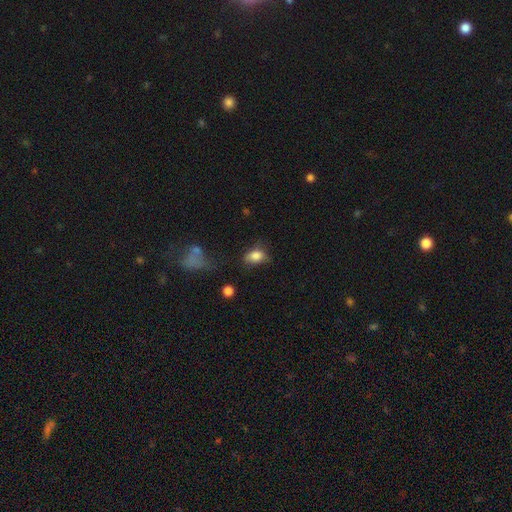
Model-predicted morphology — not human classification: A smooth galaxy with no disk features (81%) that is in between round and cigar-shaped (78%). Merging: none (49%).